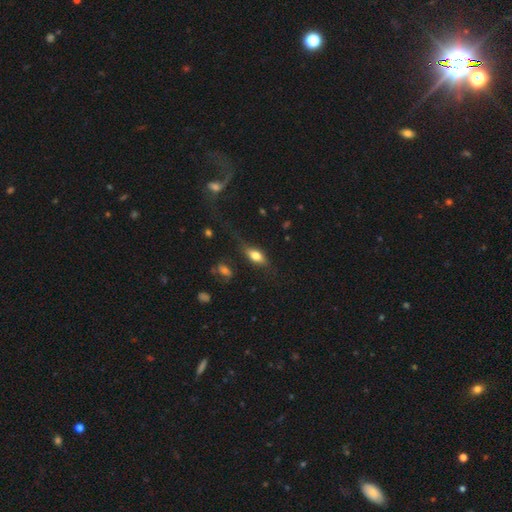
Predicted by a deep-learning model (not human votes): Smooth or featured?
  - smooth: 67% *
  - featured or disk: 25%
  - star or artifact: 8%
How rounded?
  - in between: 76% *
  - cigar-shaped: 19%
  - round: 5%
Merging?
  - none: 66% *
  - minor disturbance: 20%
  - major disturbance: 11%
  - merger: 3%